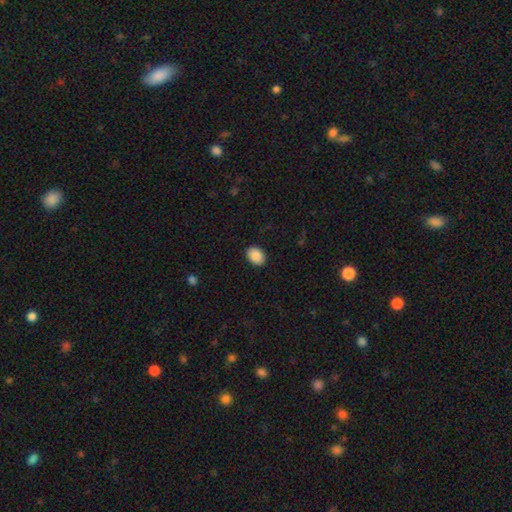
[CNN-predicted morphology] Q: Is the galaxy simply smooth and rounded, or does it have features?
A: smooth — 90%.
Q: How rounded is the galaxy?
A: in between — 76%.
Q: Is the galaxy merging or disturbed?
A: none — 89%.